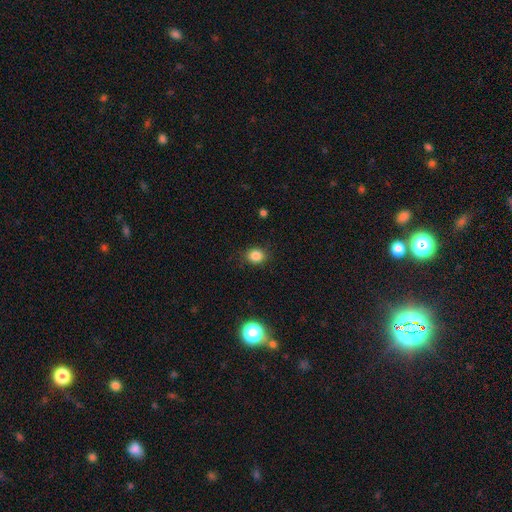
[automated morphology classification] Smooth or featured?
  - smooth: 84% *
  - star or artifact: 12%
  - featured or disk: 4%
How rounded?
  - round: 70% *
  - in between: 29%
  - cigar-shaped: 1%
Merging?
  - none: 86% *
  - minor disturbance: 10%
  - major disturbance: 3%
  - merger: 1%